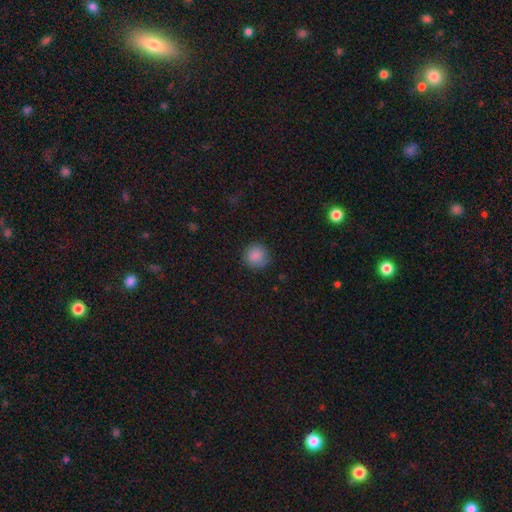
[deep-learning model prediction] Smooth or featured: smooth — 87% (star or artifact — 9%)
How rounded: round — 92% (in between — 7%)
Merging: none — 83% (minor disturbance — 13%)